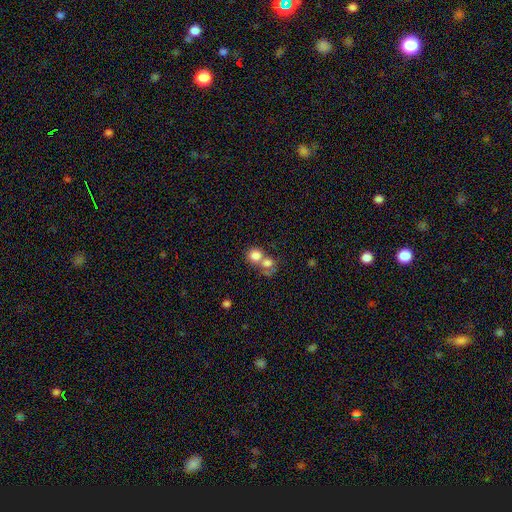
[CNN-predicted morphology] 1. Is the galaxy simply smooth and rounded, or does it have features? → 79% smooth, 11% featured or disk, 10% star or artifact.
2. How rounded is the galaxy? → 80% round, 19% in between, 1% cigar-shaped.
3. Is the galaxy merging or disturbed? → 54% merger, 34% none, 7% minor disturbance, 5% major disturbance.